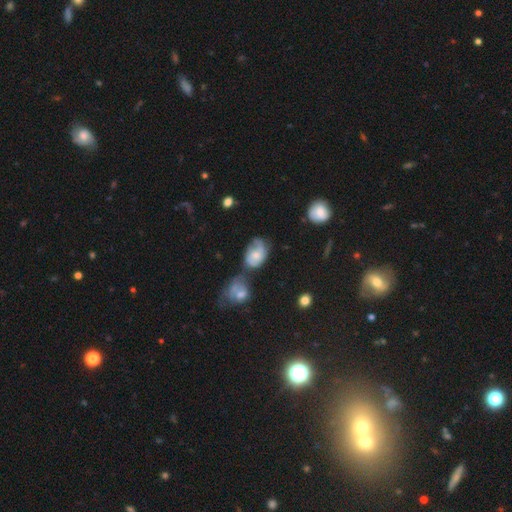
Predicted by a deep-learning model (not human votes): A featured or disk galaxy (49%).

Vote fractions:
- Smooth or featured? featured or disk: 49% / smooth: 42% / star or artifact: 9%
- Merging? none: 32% / minor disturbance: 26% / major disturbance: 21% / merger: 21%